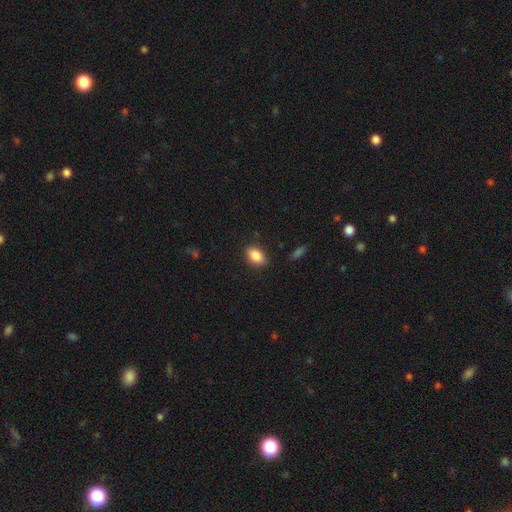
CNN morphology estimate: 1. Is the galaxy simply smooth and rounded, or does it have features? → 87% smooth, 8% star or artifact, 5% featured or disk.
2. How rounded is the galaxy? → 88% in between, 9% round, 3% cigar-shaped.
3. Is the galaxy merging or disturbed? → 85% none, 11% minor disturbance, 3% major disturbance, 1% merger.